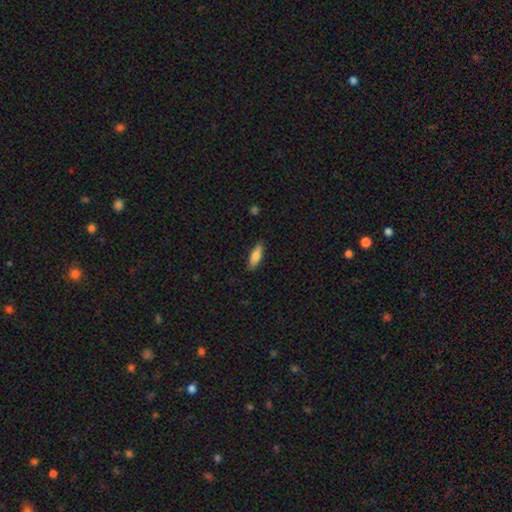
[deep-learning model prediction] This appears to be a smooth galaxy with no disk features (79%) that is in between round and cigar-shaped (59%). Merging: none (87%).